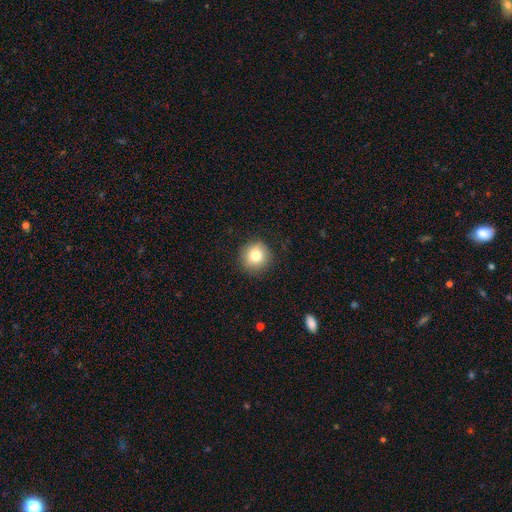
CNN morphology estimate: The model was most divided on "smooth or featured": smooth: 80%, star or artifact: 10%, featured or disk: 10%. More confident: how rounded — round (93%); merging — none (88%).